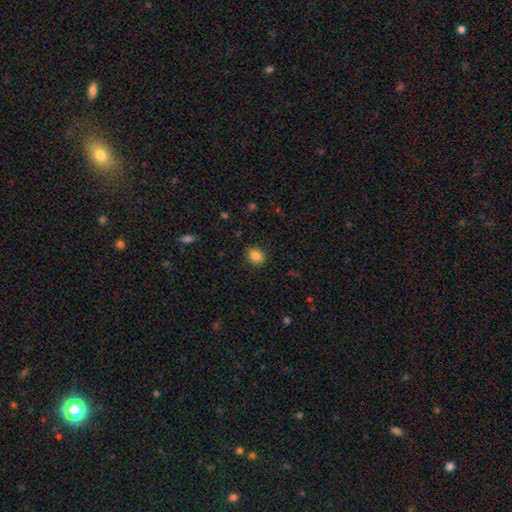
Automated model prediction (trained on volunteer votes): A smooth galaxy with no disk features (85%) that is in between round and cigar-shaped (57%). Merging: none (88%).